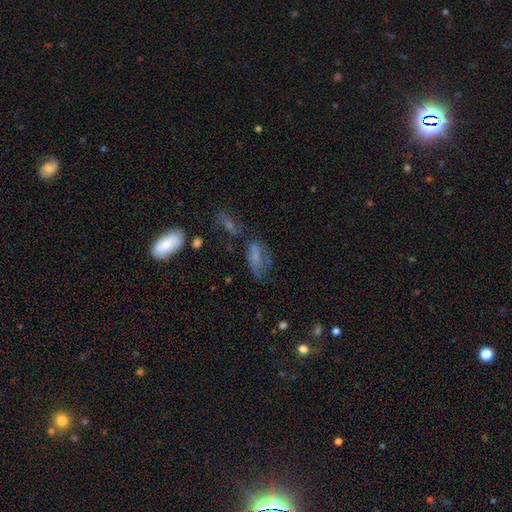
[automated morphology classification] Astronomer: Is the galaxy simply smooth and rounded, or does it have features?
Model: smooth — 54%.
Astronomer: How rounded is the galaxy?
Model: in between — 78%.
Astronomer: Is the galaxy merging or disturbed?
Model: none — 37% (runner-up: major disturbance, 29%).